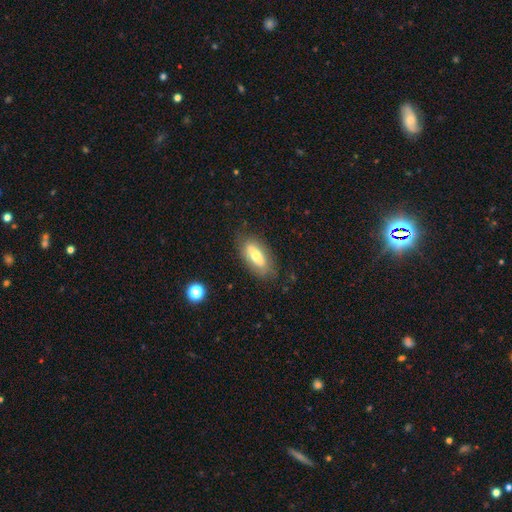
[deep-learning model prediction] smooth-or-featured: smooth: 61% | featured or disk: 32% | star or artifact: 7%
  how-rounded: in between: 83% | cigar-shaped: 14% | round: 3%
  merging: none: 79% | minor disturbance: 15% | major disturbance: 5% | merger: 1%